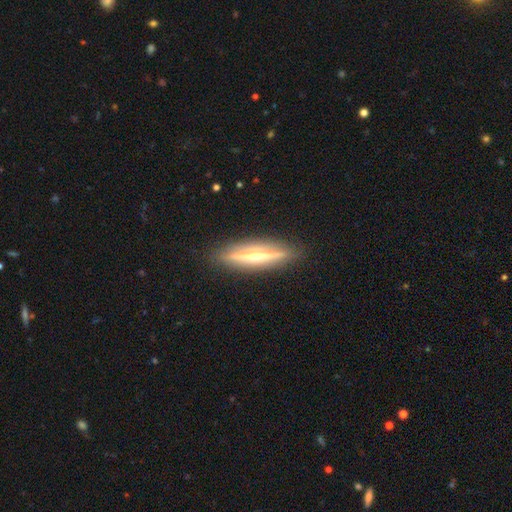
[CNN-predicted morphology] Smooth or featured? Predicted: featured or disk (p=0.76). Edge-on disk? Predicted: yes (p=0.95). Edge-on bulge? Predicted: rounded (p=0.85). Merging? Predicted: none (p=0.89).